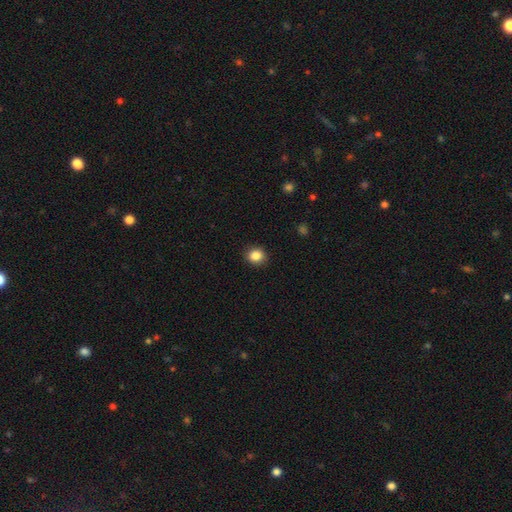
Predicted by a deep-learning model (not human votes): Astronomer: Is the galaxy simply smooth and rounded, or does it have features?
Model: smooth — 86%.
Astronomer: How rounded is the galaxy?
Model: round — 79%.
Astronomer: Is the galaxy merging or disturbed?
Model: none — 91%.